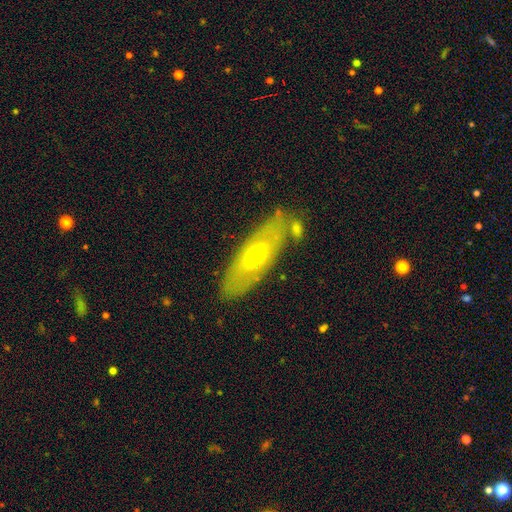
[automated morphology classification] A featured or disk galaxy (49%). Merging: none (74%).